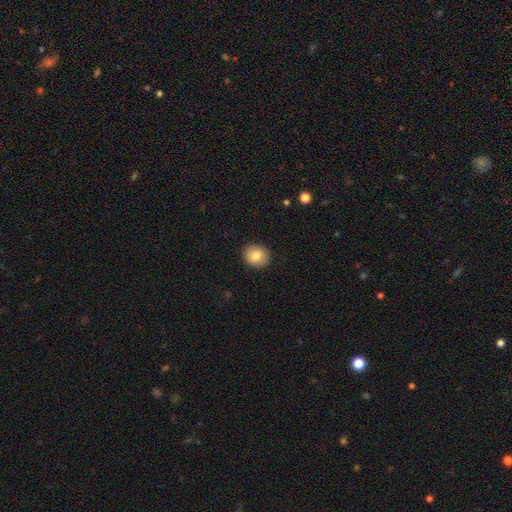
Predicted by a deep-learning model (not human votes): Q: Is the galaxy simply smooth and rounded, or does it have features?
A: smooth — 81%.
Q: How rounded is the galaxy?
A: round — 70%.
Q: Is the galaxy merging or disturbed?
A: none — 90%.